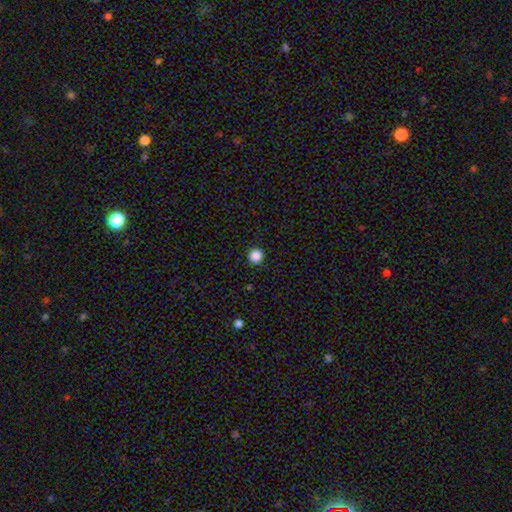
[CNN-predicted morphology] smooth-or-featured: smooth: 87% | star or artifact: 11% | featured or disk: 3%
  how-rounded: round: 96% | in between: 3% | cigar-shaped: 1%
  merging: none: 94% | minor disturbance: 4% | major disturbance: 1% | merger: 1%